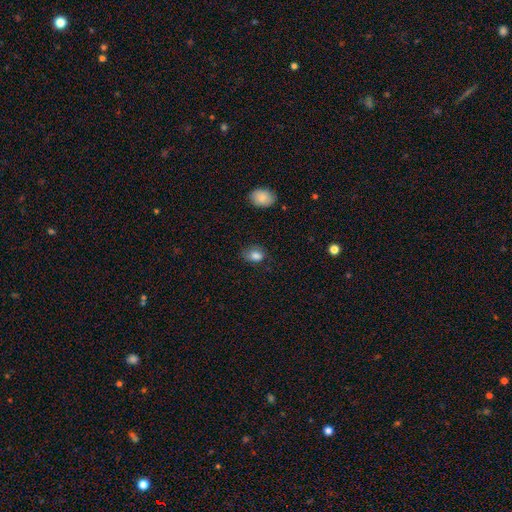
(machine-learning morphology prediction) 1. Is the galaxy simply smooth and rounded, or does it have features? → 85% smooth, 9% star or artifact, 6% featured or disk.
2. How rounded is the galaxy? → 68% in between, 30% round, 1% cigar-shaped.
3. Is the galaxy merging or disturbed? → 66% none, 25% minor disturbance, 7% major disturbance, 2% merger.